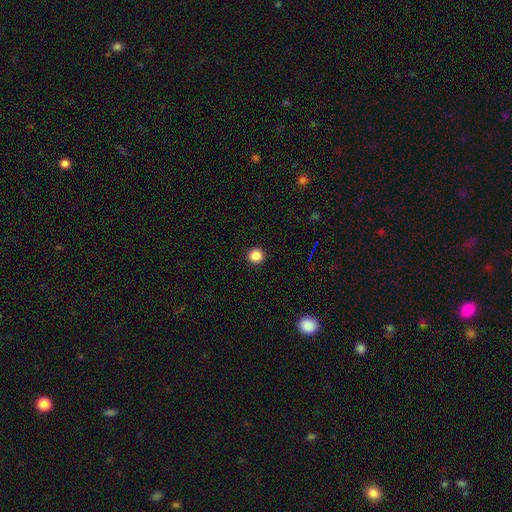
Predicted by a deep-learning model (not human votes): Smooth or featured?
  - smooth: 86% *
  - star or artifact: 11%
  - featured or disk: 3%
How rounded?
  - round: 94% *
  - in between: 5%
  - cigar-shaped: 1%
Merging?
  - none: 93% *
  - minor disturbance: 4%
  - major disturbance: 2%
  - merger: 1%